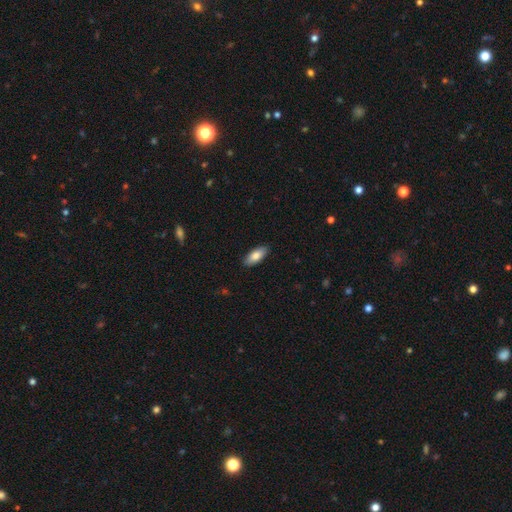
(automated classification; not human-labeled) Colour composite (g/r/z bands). It shows a smooth galaxy with no disk features (82%) that is in between round and cigar-shaped (85%). Merging: none (89%).